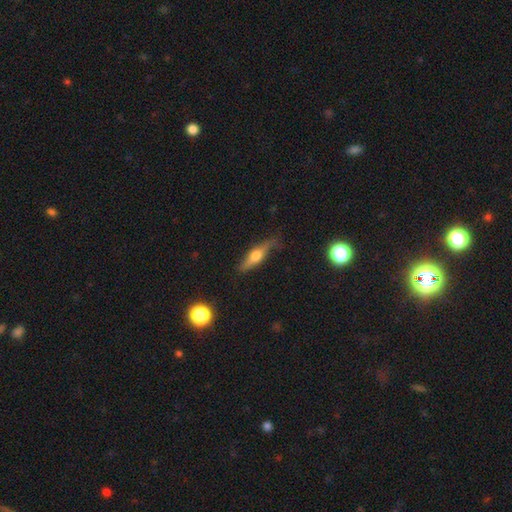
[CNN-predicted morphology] type=featured or disk (56%); edge-on=yes (89%); merging=none (73%).